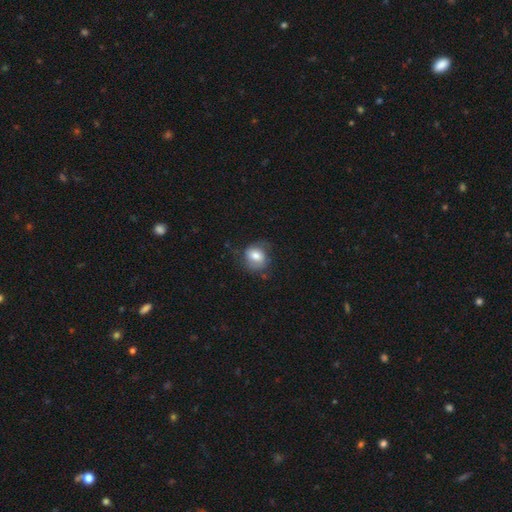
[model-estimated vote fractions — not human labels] This is likely a smooth galaxy (63%). How rounded: possibly round (59%). Merging: possibly none (59%).